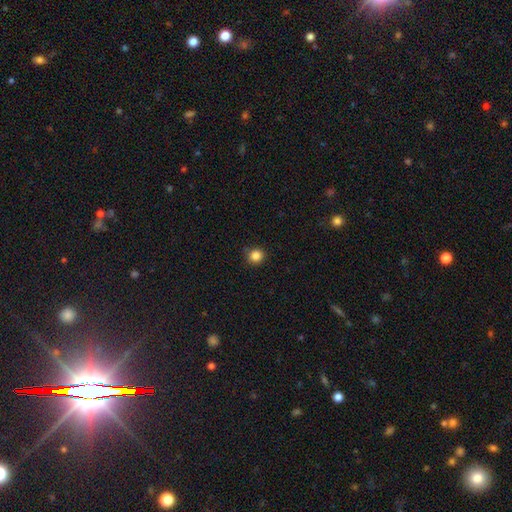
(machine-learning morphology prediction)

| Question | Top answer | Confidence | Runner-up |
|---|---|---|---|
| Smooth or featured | smooth | 85% | star or artifact (11%) |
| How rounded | round | 90% | in between (9%) |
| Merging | none | 88% | minor disturbance (9%) |